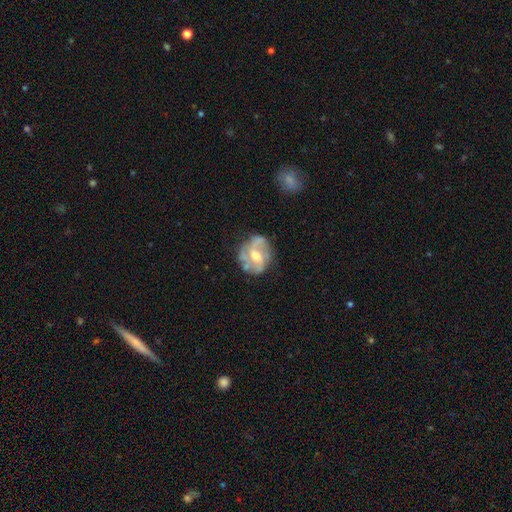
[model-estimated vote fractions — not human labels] Morphology: type=featured or disk (73%); edge-on=no (97%); bar=no (44%); spiral arms=yes (75%); winding=medium (44%); arm count=2 (49%); bulge=moderate (66%); merging=none (60%).